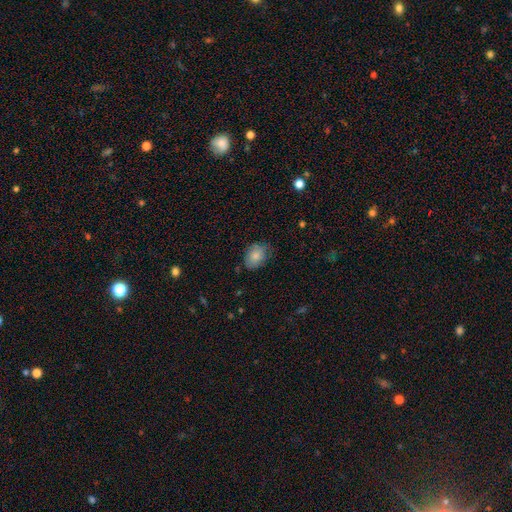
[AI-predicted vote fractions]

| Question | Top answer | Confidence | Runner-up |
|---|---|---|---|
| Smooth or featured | smooth | 80% | featured or disk (13%) |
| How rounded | in between | 72% | round (27%) |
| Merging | none | 68% | minor disturbance (25%) |